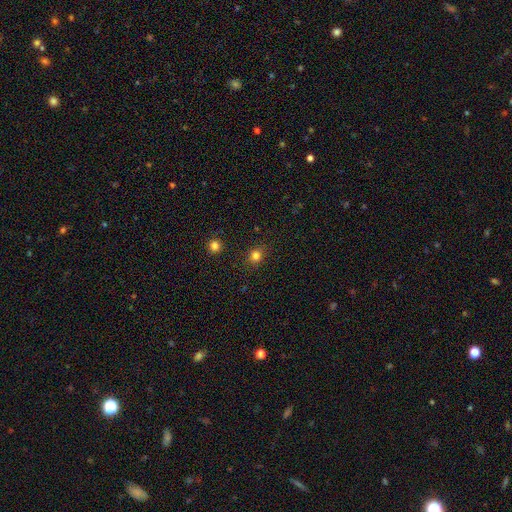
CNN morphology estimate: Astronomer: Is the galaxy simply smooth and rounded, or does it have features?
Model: smooth — 81%.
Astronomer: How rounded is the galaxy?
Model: round — 77%.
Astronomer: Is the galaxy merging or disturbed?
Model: none — 87%.